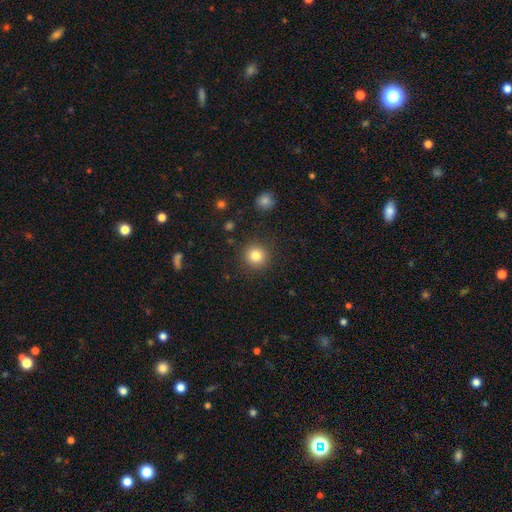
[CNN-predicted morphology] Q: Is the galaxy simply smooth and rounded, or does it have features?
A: smooth — 82%.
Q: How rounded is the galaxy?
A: round — 94%.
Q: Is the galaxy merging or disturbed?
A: none — 90%.